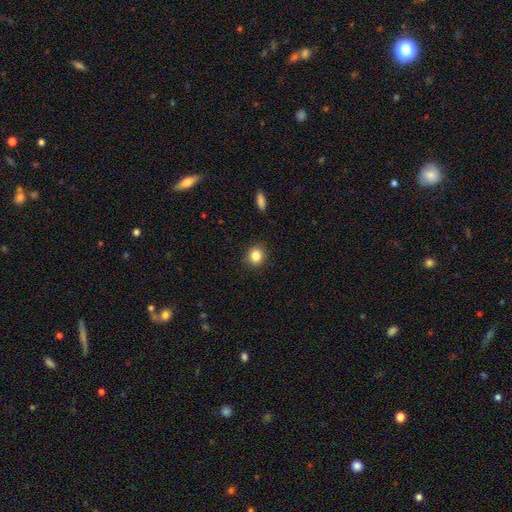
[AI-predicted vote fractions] Morphology: type=smooth (84%); roundness=round (87%); merging=none (90%).